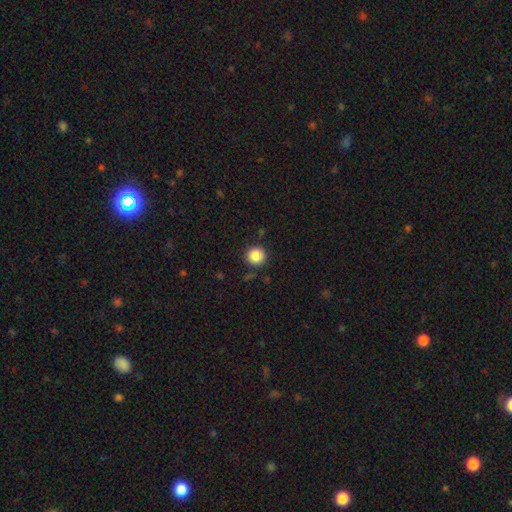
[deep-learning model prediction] Smooth or featured: smooth — 86% (star or artifact — 10%)
How rounded: round — 95% (in between — 4%)
Merging: none — 88% (minor disturbance — 7%)